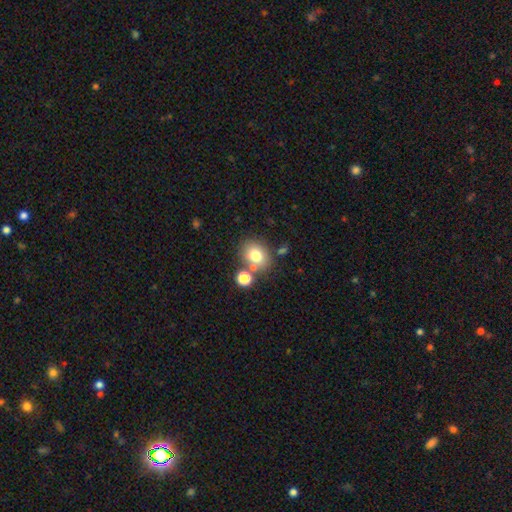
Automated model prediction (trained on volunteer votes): This appears to be a smooth galaxy with no disk features (74%) that is round (58%). Merging: none (68%).